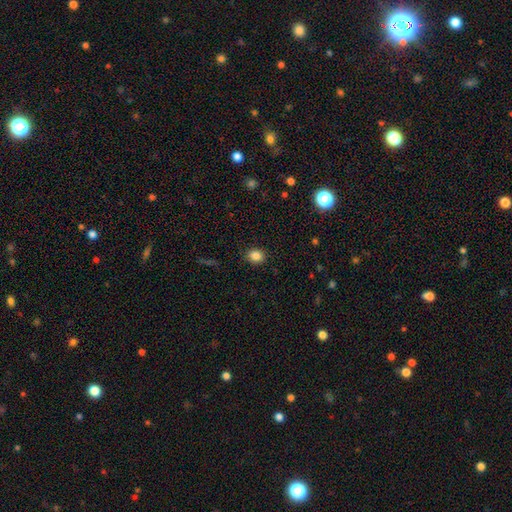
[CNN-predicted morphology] This appears to be a smooth galaxy with no disk features (85%) that is round (61%). Merging: none (89%).